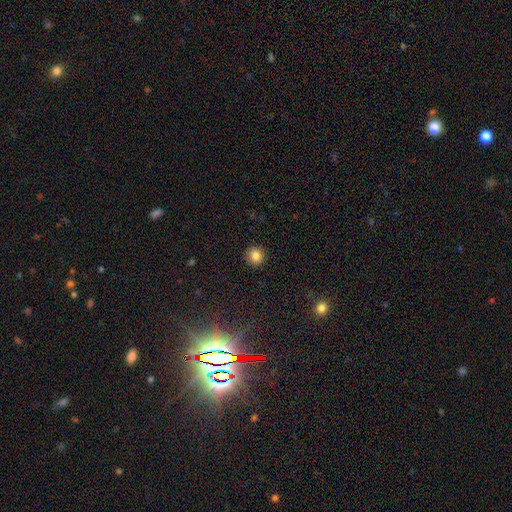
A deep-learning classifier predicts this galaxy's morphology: The model was most divided on "smooth or featured": smooth: 85%, star or artifact: 10%, featured or disk: 4%. More confident: how rounded — round (93%); merging — none (92%).